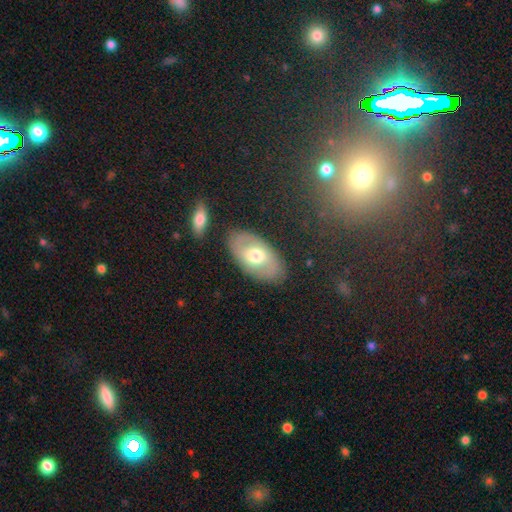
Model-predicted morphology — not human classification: Smooth or featured? smooth (48%)
Merging? none (81%)